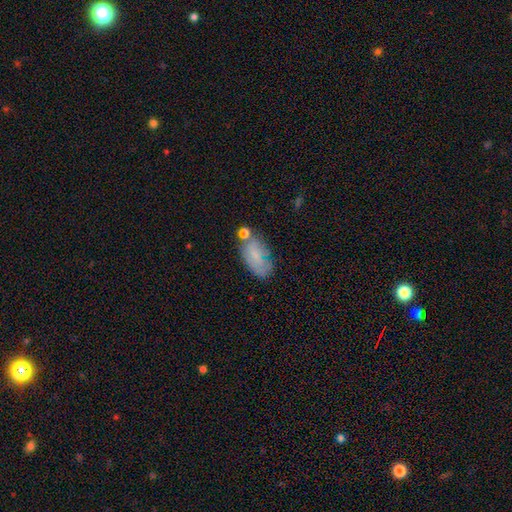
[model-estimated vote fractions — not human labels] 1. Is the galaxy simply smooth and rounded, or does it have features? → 73% smooth, 19% featured or disk, 9% star or artifact.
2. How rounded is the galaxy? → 92% in between, 5% cigar-shaped, 4% round.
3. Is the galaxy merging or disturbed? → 57% none, 24% minor disturbance, 11% merger, 8% major disturbance.